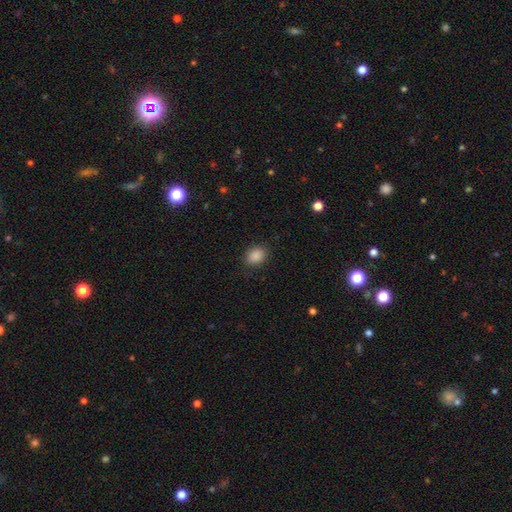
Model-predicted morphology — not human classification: The model was most divided on "how rounded": in between: 56%, round: 43%, cigar-shaped: 1%. More confident: smooth or featured — smooth (88%); merging — none (87%).